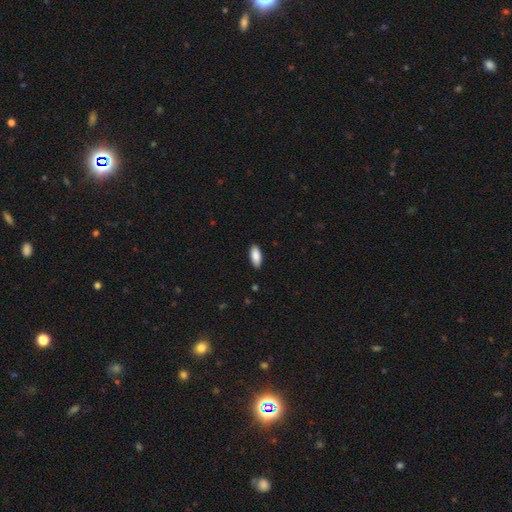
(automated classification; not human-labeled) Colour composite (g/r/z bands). It shows a smooth galaxy with no disk features (89%) that is in between round and cigar-shaped (85%). Merging: none (89%).